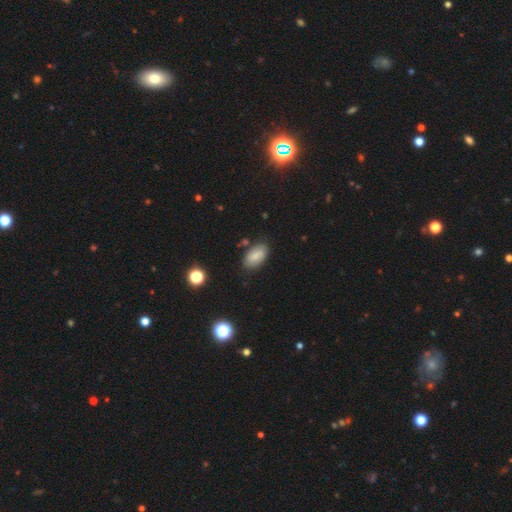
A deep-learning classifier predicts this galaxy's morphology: Smooth or featured?
  - smooth: 72% *
  - featured or disk: 19%
  - star or artifact: 8%
How rounded?
  - in between: 94% *
  - round: 4%
  - cigar-shaped: 3%
Merging?
  - none: 79% *
  - minor disturbance: 15%
  - major disturbance: 3%
  - merger: 3%